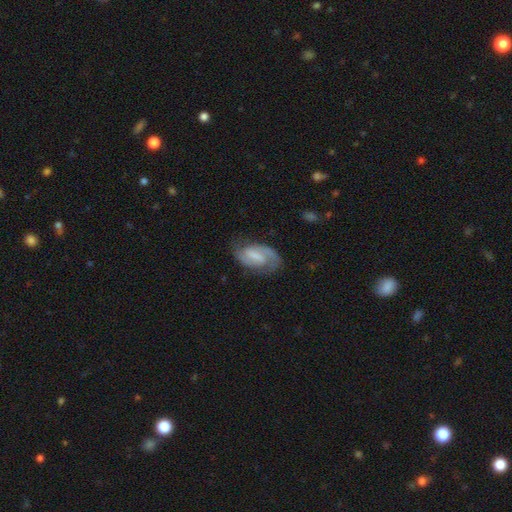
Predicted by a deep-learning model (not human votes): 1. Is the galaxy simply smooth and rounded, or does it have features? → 75% featured or disk, 19% smooth, 6% star or artifact.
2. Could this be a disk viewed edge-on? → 97% no, 3% yes.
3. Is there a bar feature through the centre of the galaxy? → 50% weak, 31% strong, 19% no.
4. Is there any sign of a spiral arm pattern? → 93% yes, 7% no.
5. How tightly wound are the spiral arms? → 49% medium, 33% tight, 19% loose.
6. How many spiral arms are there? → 81% 2, 9% 1, 7% can't tell, 1% 3, 1% 4, 1% more than 4.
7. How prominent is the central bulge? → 40% none, 29% small, 22% moderate, 7% large, 1% dominant.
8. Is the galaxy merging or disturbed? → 70% none, 20% minor disturbance, 8% major disturbance, 2% merger.